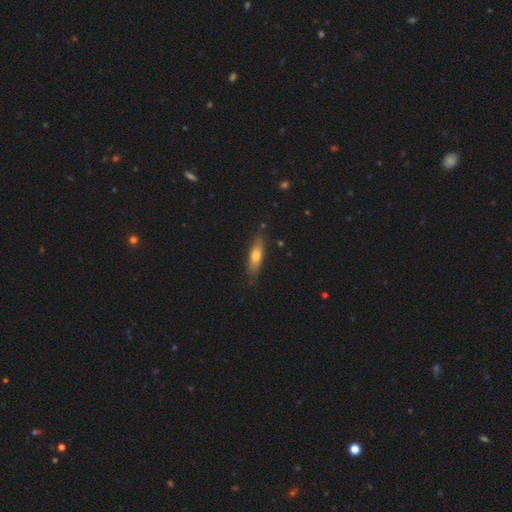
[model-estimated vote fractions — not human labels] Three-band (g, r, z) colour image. It shows a smooth galaxy with no disk features (66%) that is cigar-shaped (57%). Merging: none (81%).